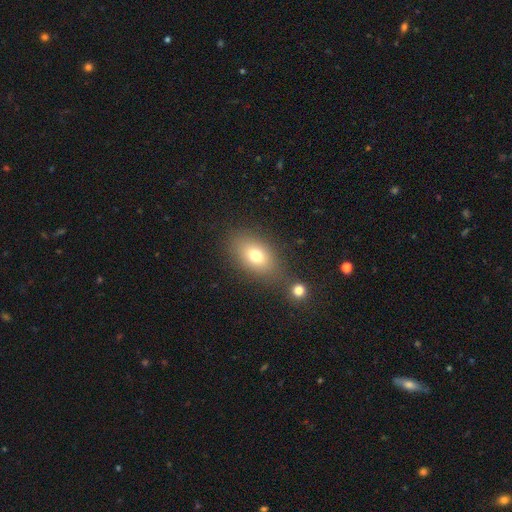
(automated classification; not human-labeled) smooth 74%, featured or disk 14%, star or artifact 12%. Down the decision tree: how rounded — in between (82%); merging — none (68%).